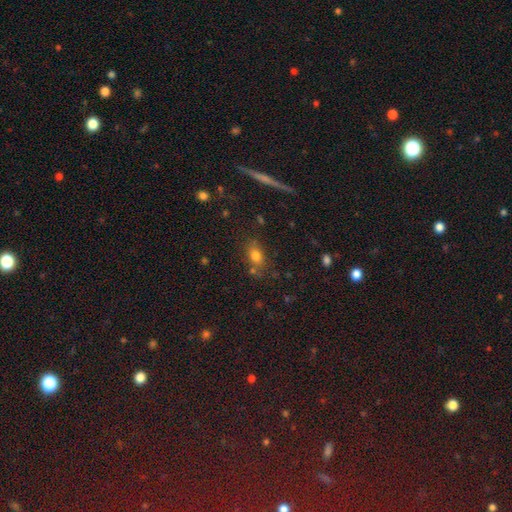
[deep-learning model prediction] Smooth or featured?
  - smooth: 75% *
  - star or artifact: 15%
  - featured or disk: 11%
How rounded?
  - in between: 68% *
  - round: 27%
  - cigar-shaped: 5%
Merging?
  - none: 69% *
  - minor disturbance: 16%
  - merger: 10%
  - major disturbance: 5%